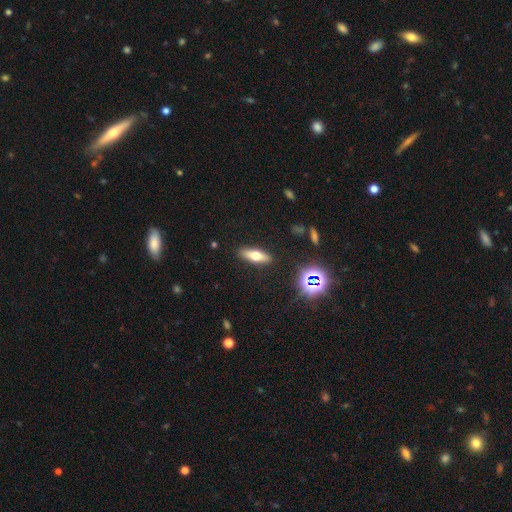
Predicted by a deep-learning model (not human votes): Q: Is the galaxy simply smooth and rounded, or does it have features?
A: smooth — 58%.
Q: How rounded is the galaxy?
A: in between — 52%.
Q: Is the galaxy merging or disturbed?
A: none — 89%.